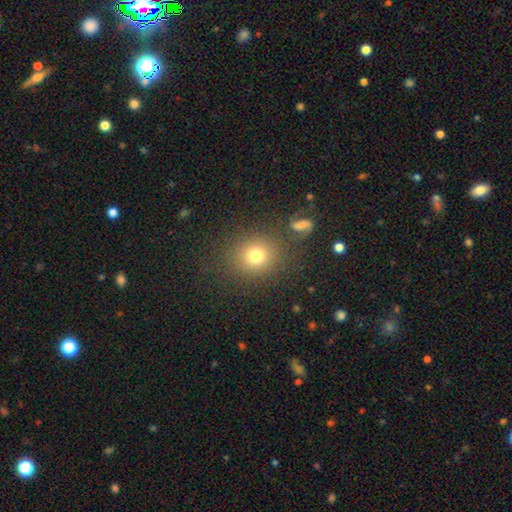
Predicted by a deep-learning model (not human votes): This appears to be a smooth galaxy with no disk features (75%) that is round (82%). Merging: none (81%).